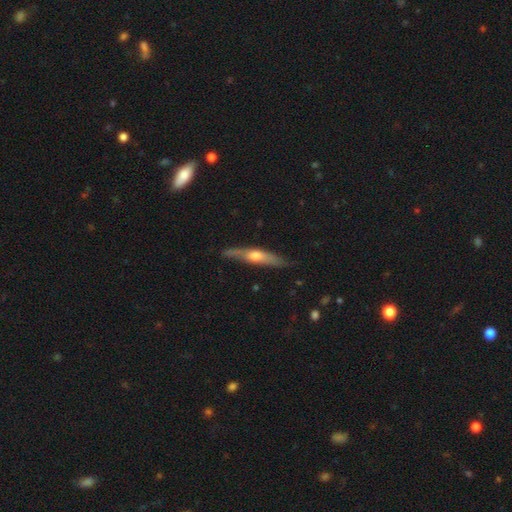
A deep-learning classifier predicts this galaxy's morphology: Smooth or featured? featured or disk (55%)
Edge-on disk? yes (87%)
Merging? none (78%)